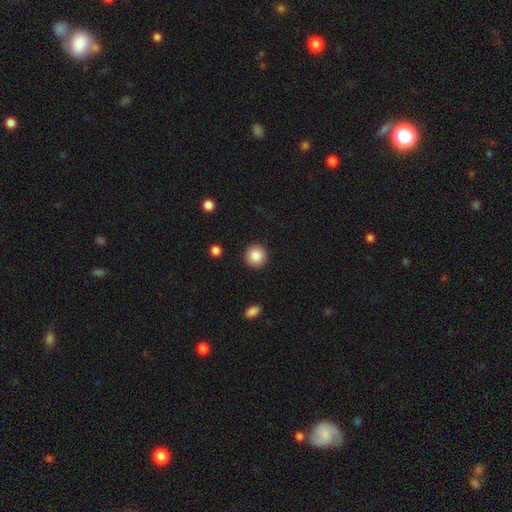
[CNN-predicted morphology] A smooth galaxy with no disk features (88%) that is round (95%).

Vote fractions:
- Smooth or featured? smooth: 88% / star or artifact: 8% / featured or disk: 4%
- How rounded? round: 95% / in between: 4% / cigar-shaped: 1%
- Merging? none: 92% / minor disturbance: 5% / major disturbance: 2% / merger: 1%